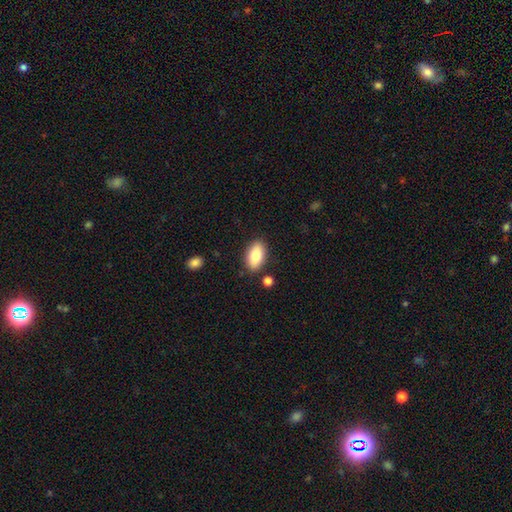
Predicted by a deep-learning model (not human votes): Smooth or featured? Predicted: smooth (p=0.82). How rounded? Predicted: in between (p=0.92). Merging? Predicted: none (p=0.84).